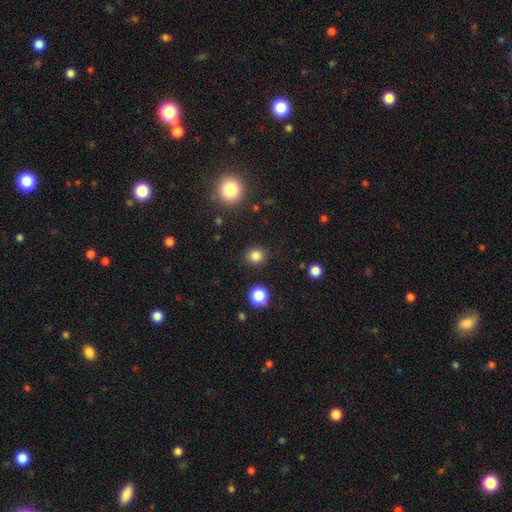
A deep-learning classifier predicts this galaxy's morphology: Smooth or featured?
  - smooth: 83% *
  - star or artifact: 13%
  - featured or disk: 4%
How rounded?
  - round: 85% *
  - in between: 14%
  - cigar-shaped: 1%
Merging?
  - none: 89% *
  - minor disturbance: 7%
  - major disturbance: 3%
  - merger: 2%